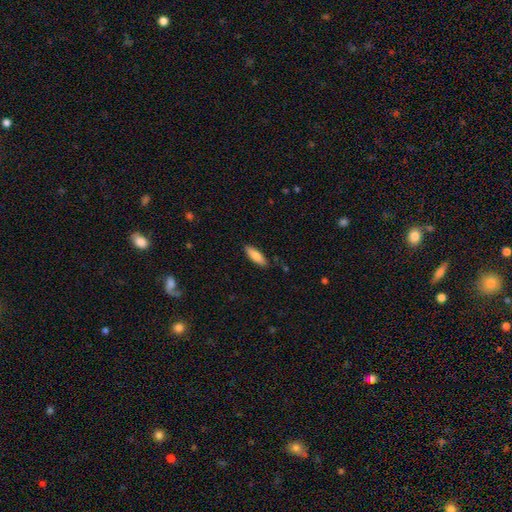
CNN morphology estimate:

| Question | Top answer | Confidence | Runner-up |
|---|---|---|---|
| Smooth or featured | smooth | 82% | featured or disk (12%) |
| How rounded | in between | 54% | cigar-shaped (44%) |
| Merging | none | 86% | minor disturbance (11%) |